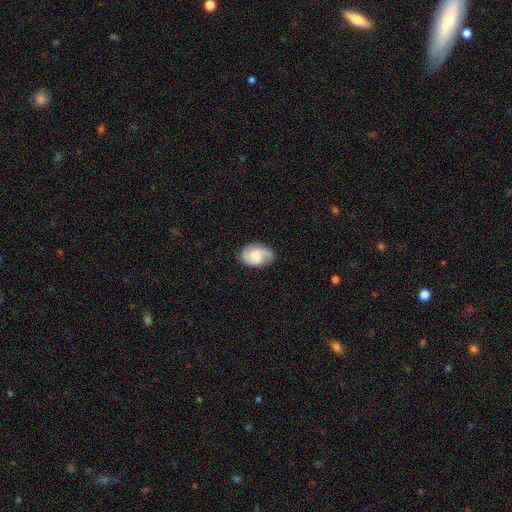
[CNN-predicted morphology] type=featured or disk (63%); edge-on=no (97%); bar=no (52%); spiral arms=yes (93%); winding=medium (48%); arm count=2 (70%); bulge=moderate (42%); merging=none (80%).